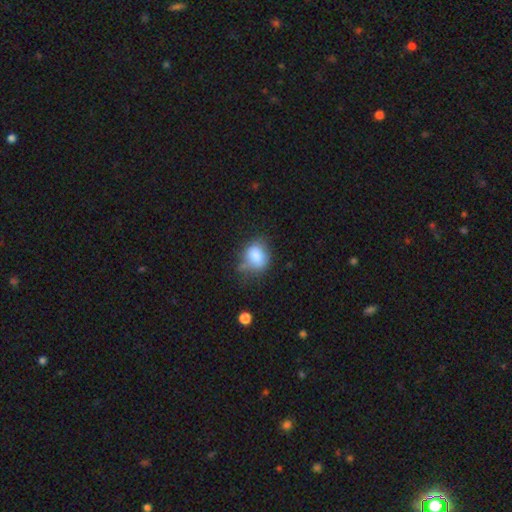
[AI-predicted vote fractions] Smooth or featured? Predicted: smooth (p=0.80). How rounded? Predicted: round (p=0.51). Merging? Predicted: none (p=0.47).